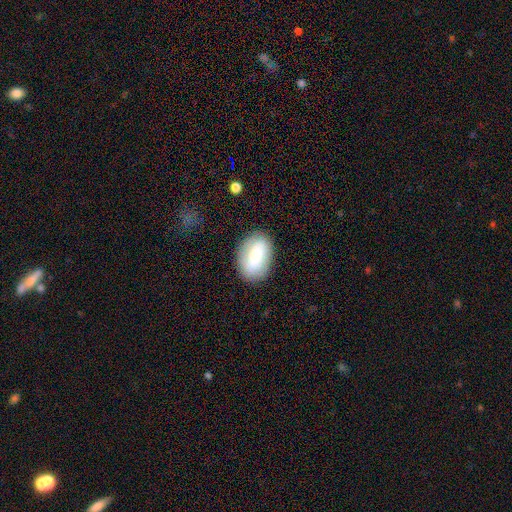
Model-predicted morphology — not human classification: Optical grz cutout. It shows a smooth galaxy with no disk features (68%) that is in between round and cigar-shaped (89%). Merging: none (83%).